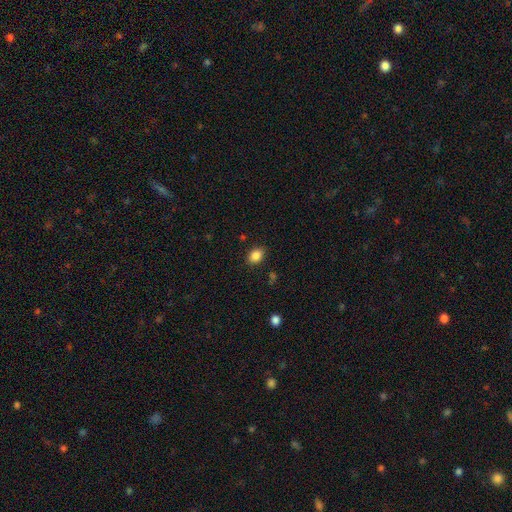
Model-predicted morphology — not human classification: smooth-or-featured: smooth: 87% | star or artifact: 9% | featured or disk: 4%
  how-rounded: in between: 73% | round: 26% | cigar-shaped: 1%
  merging: none: 86% | minor disturbance: 10% | major disturbance: 3% | merger: 2%